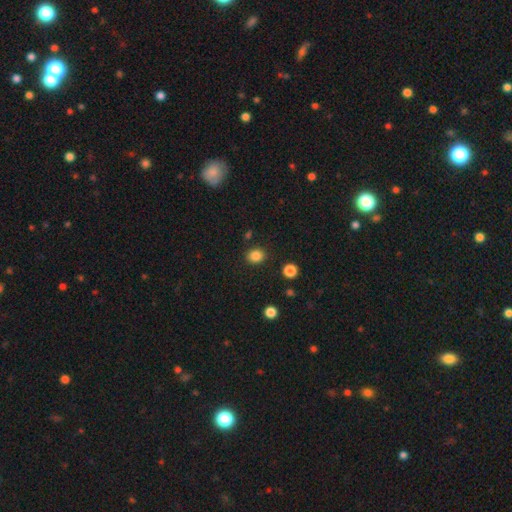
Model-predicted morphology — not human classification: The model was most divided on "how rounded": round: 66%, in between: 33%, cigar-shaped: 1%. More confident: merging — none (87%); smooth or featured — smooth (85%).